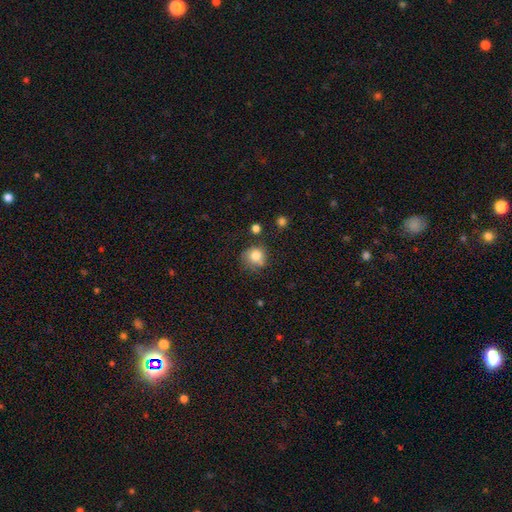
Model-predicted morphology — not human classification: Overall: smooth (81%). How rounded: round (86%). Merging: none (66%).